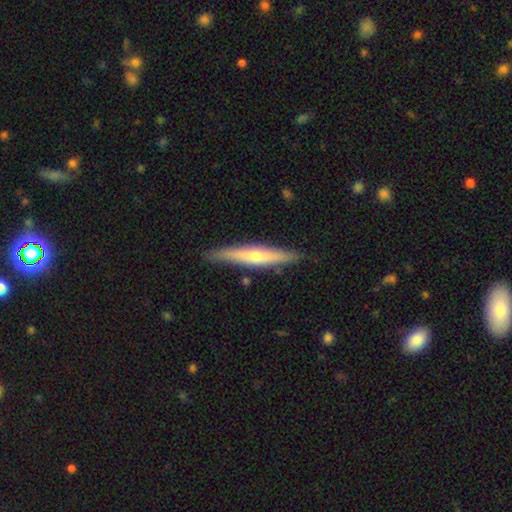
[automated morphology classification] A featured or disk galaxy (53%) viewed edge-on (95%) with a rounded central bulge (71%).

Vote fractions:
- Smooth or featured? featured or disk: 53% / smooth: 41% / star or artifact: 6%
- Edge-on disk? yes: 95% / no: 5%
- Edge-on bulge? rounded: 71% / none: 23% / boxy: 6%
- Merging? none: 87% / minor disturbance: 9% / major disturbance: 2% / merger: 1%